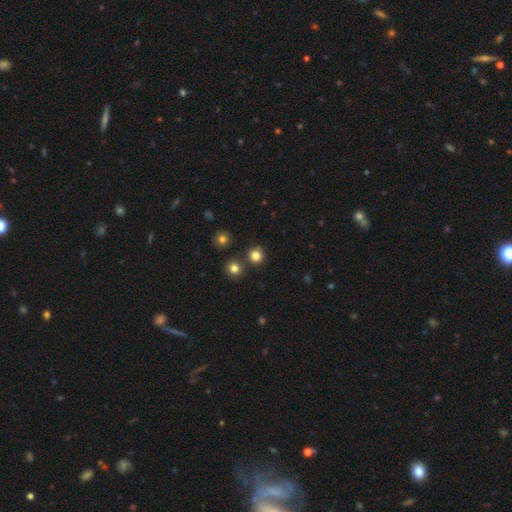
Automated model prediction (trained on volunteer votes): Q: Smooth or featured?
A: smooth (81%); runner-up: star or artifact (14%)
Q: How rounded?
A: round (91%); runner-up: in between (8%)
Q: Merging?
A: none (83%); runner-up: merger (7%)